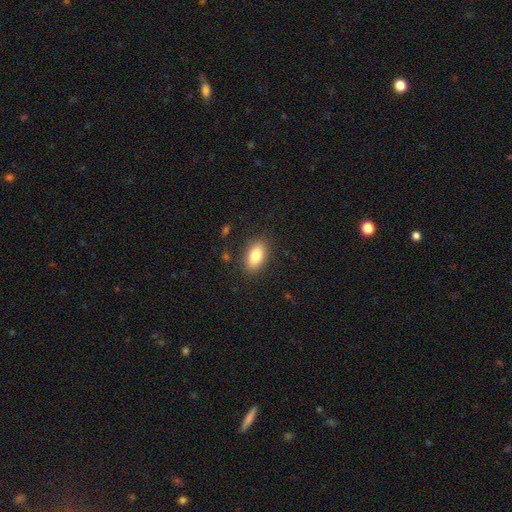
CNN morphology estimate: Smooth or featured?
  - smooth: 81% *
  - featured or disk: 11%
  - star or artifact: 8%
How rounded?
  - in between: 90% *
  - round: 6%
  - cigar-shaped: 4%
Merging?
  - none: 85% *
  - minor disturbance: 10%
  - major disturbance: 3%
  - merger: 1%